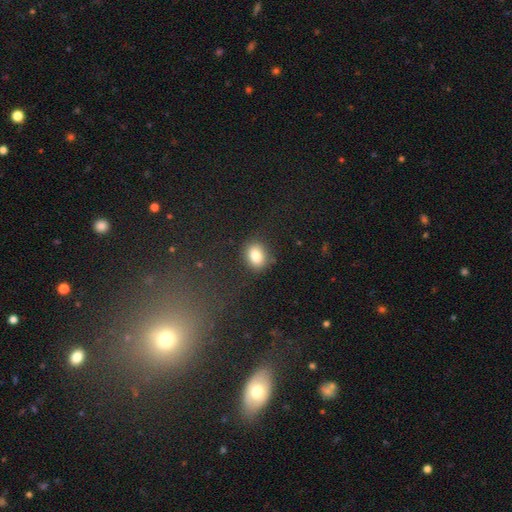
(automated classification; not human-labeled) A smooth galaxy with no disk features (83%) that is in between round and cigar-shaped (52%). Merging: none (83%).